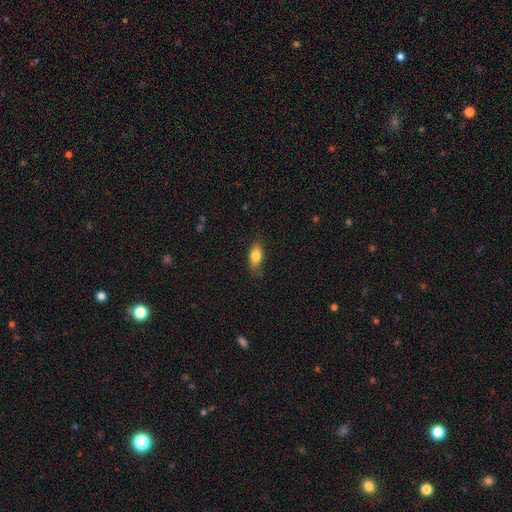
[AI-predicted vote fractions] Smooth or featured: smooth — 82% (featured or disk — 11%)
How rounded: in between — 84% (cigar-shaped — 10%)
Merging: none — 77% (minor disturbance — 18%)